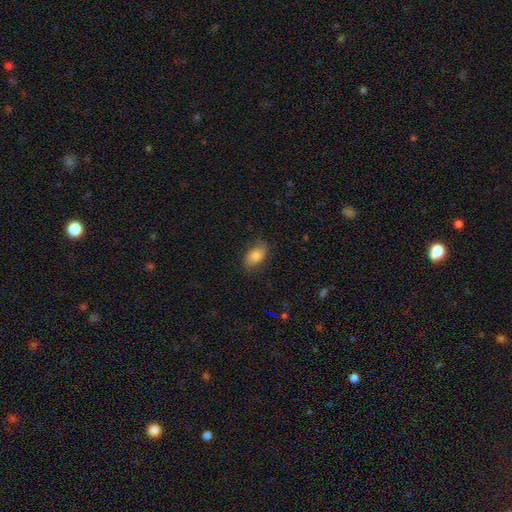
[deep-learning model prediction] Overall: smooth (74%). How rounded: in between (90%). Merging: none (77%).